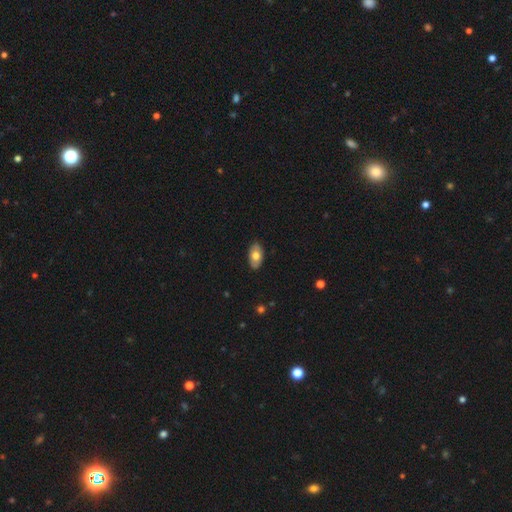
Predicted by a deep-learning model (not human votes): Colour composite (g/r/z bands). It shows a smooth galaxy with no disk features (68%) that is in between round and cigar-shaped (93%). Merging: none (86%).